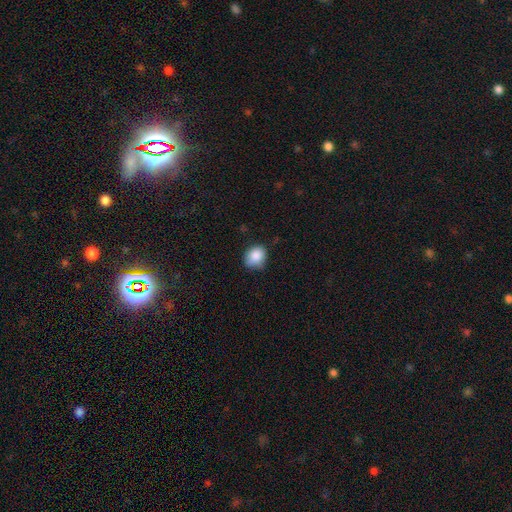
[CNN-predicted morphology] A smooth galaxy with no disk features (86%) that is round (60%).

Vote fractions:
- Smooth or featured? smooth: 86% / star or artifact: 8% / featured or disk: 5%
- How rounded? round: 60% / in between: 39% / cigar-shaped: 1%
- Merging? none: 70% / minor disturbance: 24% / major disturbance: 4% / merger: 1%